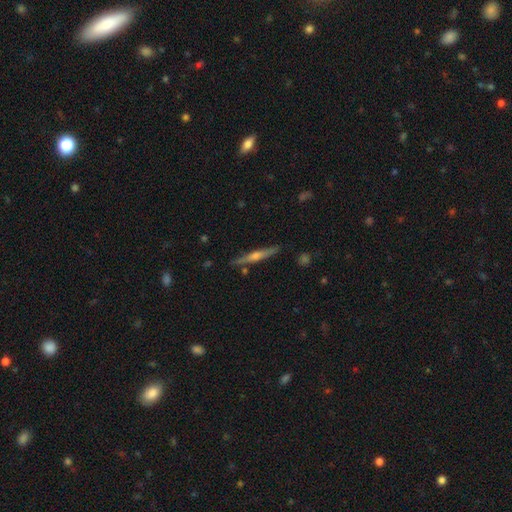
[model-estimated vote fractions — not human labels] This appears to be a featured or disk galaxy (69%) viewed edge-on (97%) with a rounded central bulge (81%). Merging: none (86%).